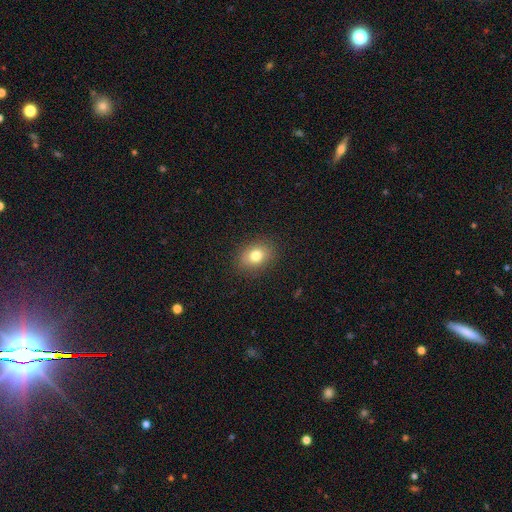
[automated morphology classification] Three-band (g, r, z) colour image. It shows a smooth galaxy with no disk features (79%) that is in between round and cigar-shaped (66%). Merging: none (87%).